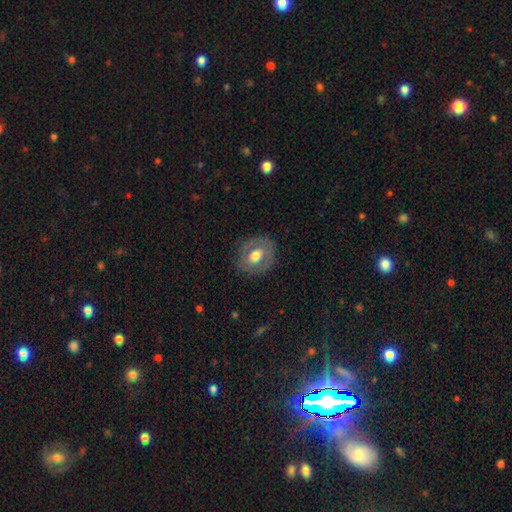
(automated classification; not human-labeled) Smooth or featured?
  - smooth: 51% *
  - featured or disk: 42%
  - star or artifact: 7%
How rounded?
  - round: 62% *
  - in between: 36%
  - cigar-shaped: 1%
Merging?
  - none: 81% *
  - minor disturbance: 13%
  - major disturbance: 5%
  - merger: 1%